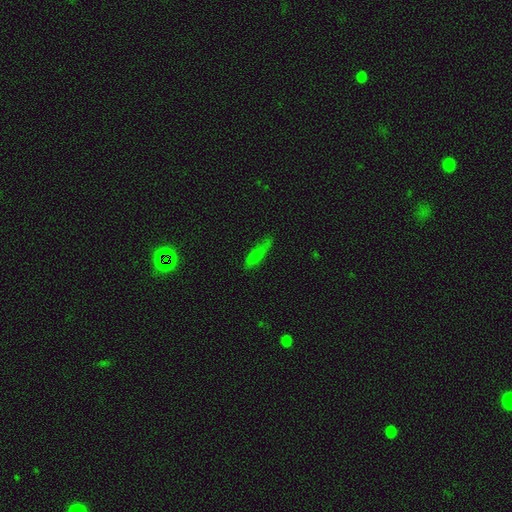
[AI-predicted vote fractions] Smooth or featured? smooth (72%)
How rounded? cigar-shaped (68%)
Merging? none (66%)